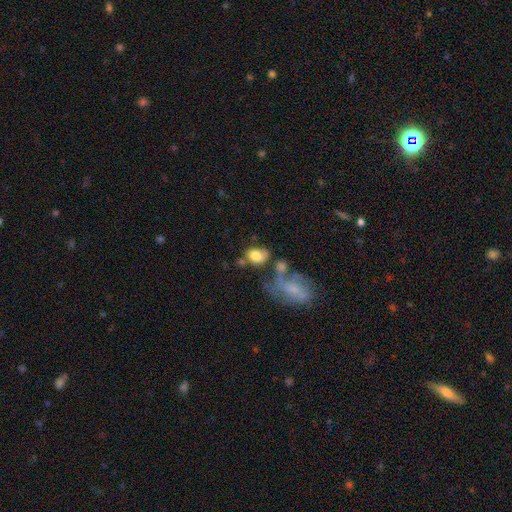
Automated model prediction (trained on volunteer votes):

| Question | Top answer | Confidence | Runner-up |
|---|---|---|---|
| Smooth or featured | smooth | 70% | featured or disk (21%) |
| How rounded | in between | 65% | round (33%) |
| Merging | none | 35% | merger (29%) |